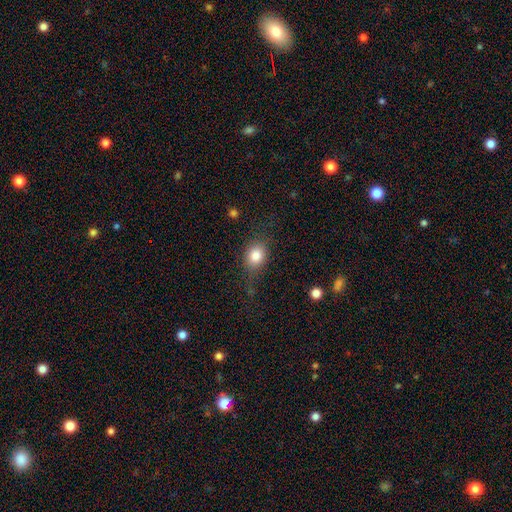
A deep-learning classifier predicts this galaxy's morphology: Smooth or featured? Predicted: smooth (p=0.81). How rounded? Predicted: in between (p=0.57). Merging? Predicted: none (p=0.68).